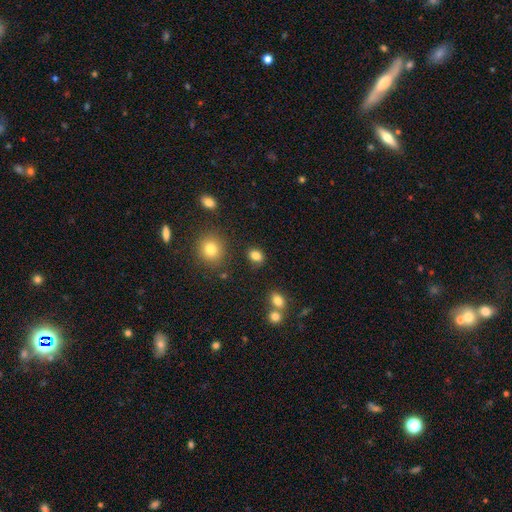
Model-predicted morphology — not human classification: smooth-or-featured: smooth: 83% | star or artifact: 12% | featured or disk: 5%
  how-rounded: in between: 54% | round: 45% | cigar-shaped: 1%
  merging: none: 80% | minor disturbance: 12% | merger: 5% | major disturbance: 4%